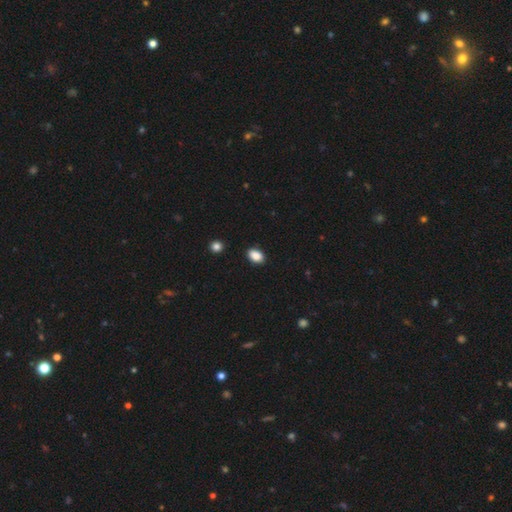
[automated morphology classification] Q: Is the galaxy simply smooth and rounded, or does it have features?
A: smooth — 88%.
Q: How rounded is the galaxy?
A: in between — 86%.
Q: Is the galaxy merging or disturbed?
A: none — 88%.